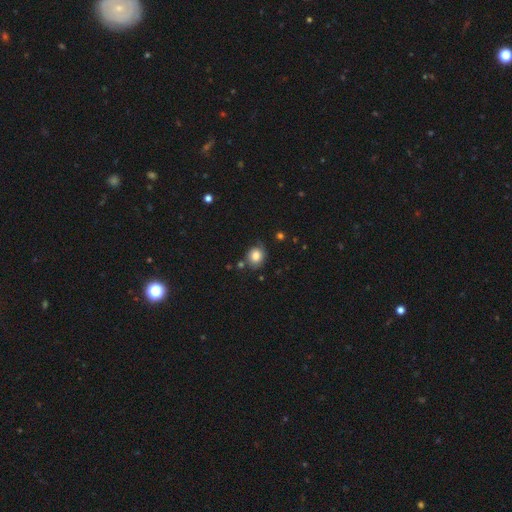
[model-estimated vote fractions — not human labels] A smooth galaxy with no disk features (82%) that is round (68%).

Vote fractions:
- Smooth or featured? smooth: 82% / star or artifact: 10% / featured or disk: 8%
- How rounded? round: 68% / in between: 31% / cigar-shaped: 1%
- Merging? none: 72% / minor disturbance: 19% / major disturbance: 4% / merger: 4%